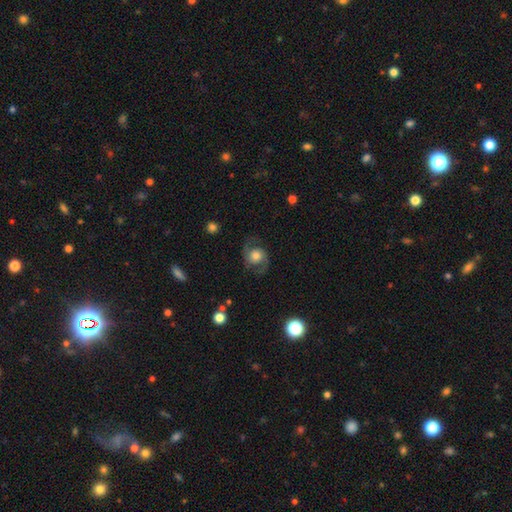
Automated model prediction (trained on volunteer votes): smooth-or-featured: featured or disk: 72% | smooth: 21% | star or artifact: 8%
  disk-edge-on: no: 97% | yes: 3%
    bar: no: 73% | weak: 22% | strong: 5%
    has-spiral-arms: yes: 93% | no: 7%
      spiral-winding: medium: 53% | loose: 32% | tight: 15%
      spiral-arm-count: 2: 92% | can't tell: 3% | 1: 2% | 3: 1% | 4: 1% | more than 4: 1%
    bulge-size: moderate: 49% | large: 34% | small: 10% | dominant: 4% | none: 3%
  merging: none: 75% | minor disturbance: 15% | major disturbance: 9% | merger: 1%